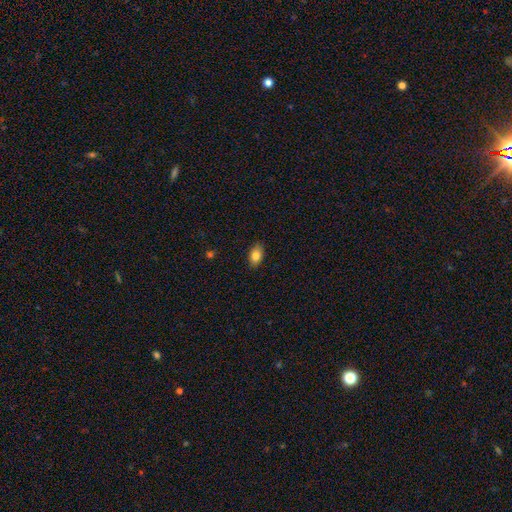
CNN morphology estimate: Smooth or featured? Predicted: smooth (p=0.83). How rounded? Predicted: in between (p=0.88). Merging? Predicted: none (p=0.87).